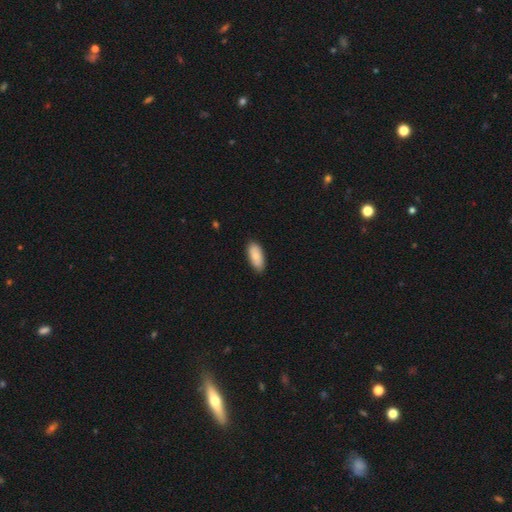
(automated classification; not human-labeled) Q: Smooth or featured?
A: smooth (83%); runner-up: featured or disk (12%)
Q: How rounded?
A: in between (86%); runner-up: cigar-shaped (12%)
Q: Merging?
A: none (85%); runner-up: minor disturbance (12%)